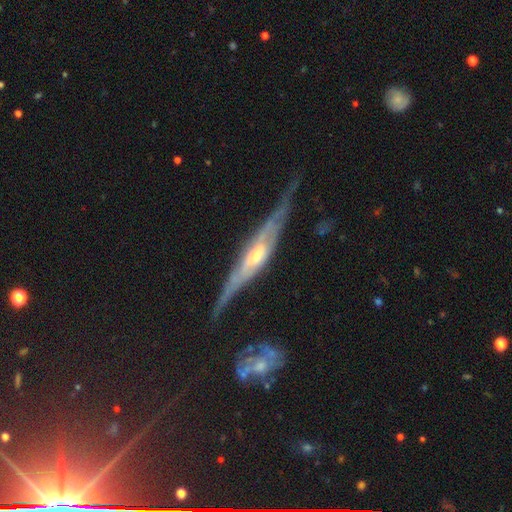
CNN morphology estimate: smooth-or-featured: featured or disk: 82% | smooth: 13% | star or artifact: 5%
  disk-edge-on: yes: 83% | no: 17%
    edge-on-bulge: rounded: 55% | boxy: 24% | none: 21%
  merging: none: 61% | minor disturbance: 24% | major disturbance: 12% | merger: 3%